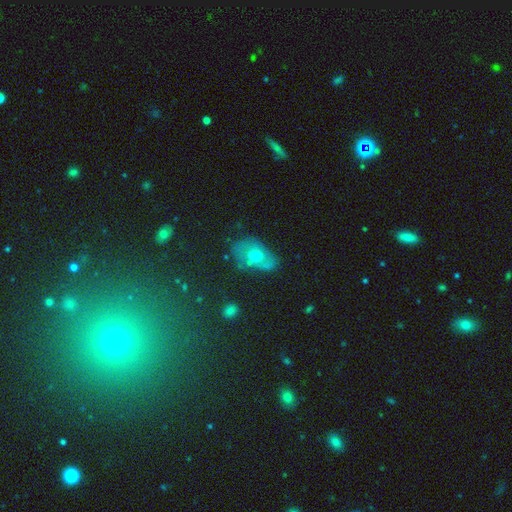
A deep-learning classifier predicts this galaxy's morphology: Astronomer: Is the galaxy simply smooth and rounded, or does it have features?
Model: smooth — 48% (runner-up: featured or disk, 41%).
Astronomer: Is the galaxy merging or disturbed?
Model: none — 51% (runner-up: minor disturbance, 27%).